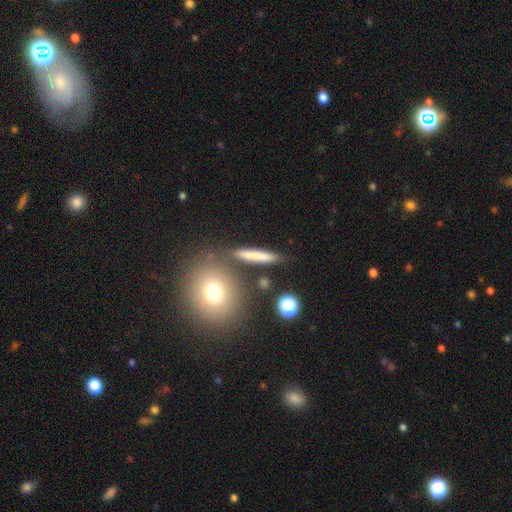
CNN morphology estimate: Q: Smooth or featured?
A: smooth (72%); runner-up: featured or disk (19%)
Q: How rounded?
A: cigar-shaped (83%); runner-up: in between (10%)
Q: Merging?
A: none (81%); runner-up: minor disturbance (10%)